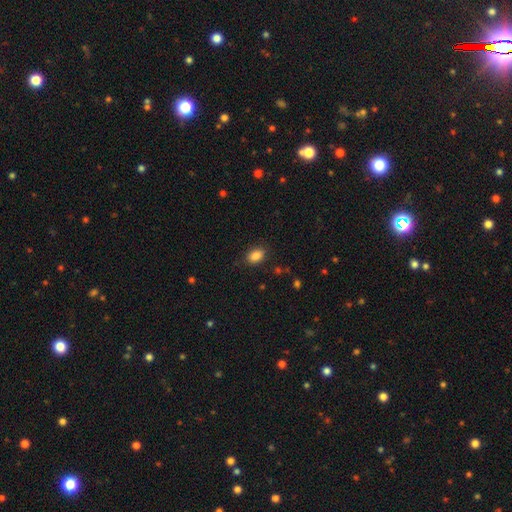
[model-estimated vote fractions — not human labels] Overall: smooth (87%). How rounded: in between (82%). Merging: none (85%).